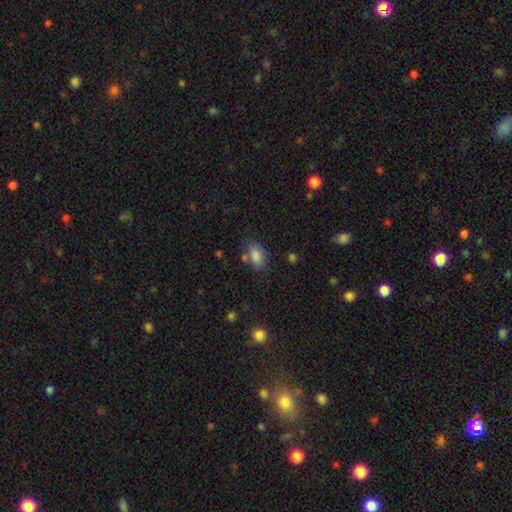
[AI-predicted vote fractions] smooth_or_featured: smooth (p=0.83) [alt: star or artifact p=0.09]
how_rounded: in between (p=0.86) [alt: round p=0.12]
merging: none (p=0.65) [alt: minor disturbance p=0.20]